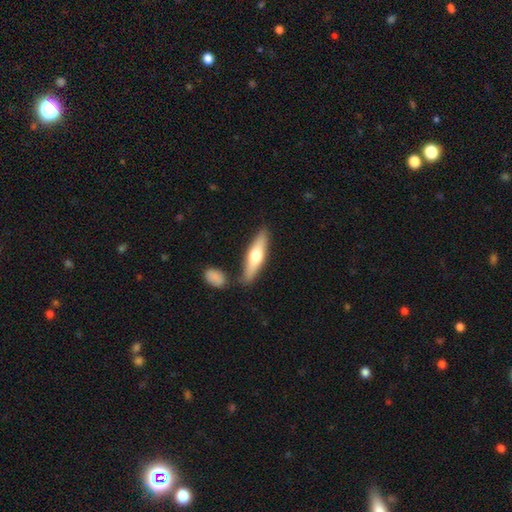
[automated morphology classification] A smooth galaxy with no disk features (51%) that is cigar-shaped (72%).

Vote fractions:
- Smooth or featured? smooth: 51% / featured or disk: 44% / star or artifact: 5%
- How rounded? cigar-shaped: 72% / in between: 26% / round: 2%
- Merging? none: 79% / minor disturbance: 11% / merger: 8% / major disturbance: 3%